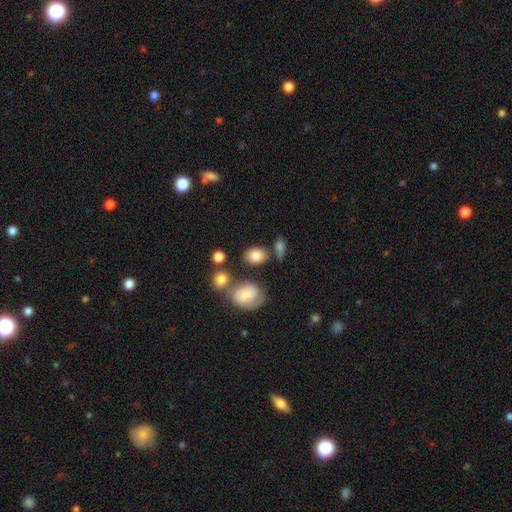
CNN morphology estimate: Smooth or featured? smooth (81%)
How rounded? in between (59%)
Merging? none (70%)